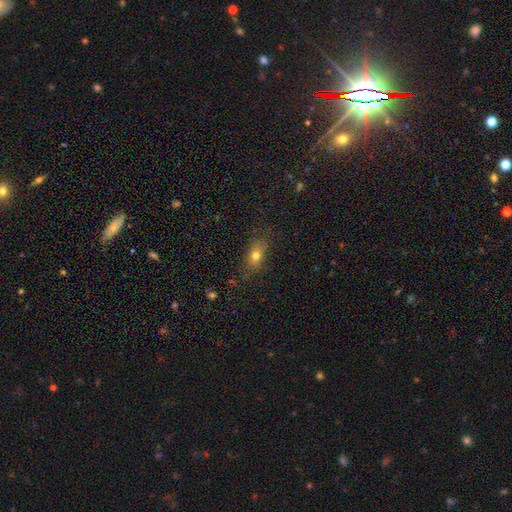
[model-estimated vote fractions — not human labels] Smooth or featured? Predicted: smooth (p=0.74). How rounded? Predicted: in between (p=0.78). Merging? Predicted: none (p=0.76).